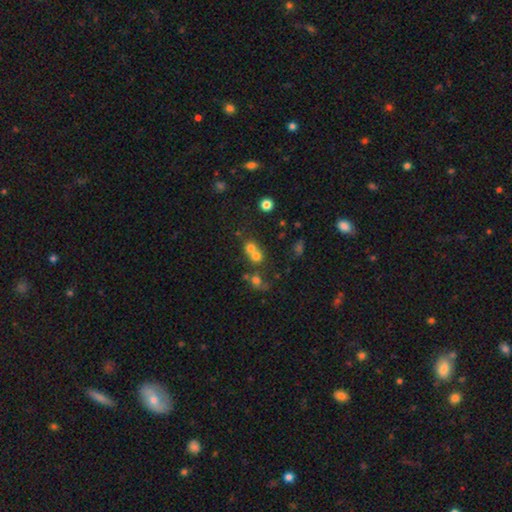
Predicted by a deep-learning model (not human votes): This is likely a smooth galaxy (66%). How rounded: likely round (80%). Merging: possibly merger (55%).